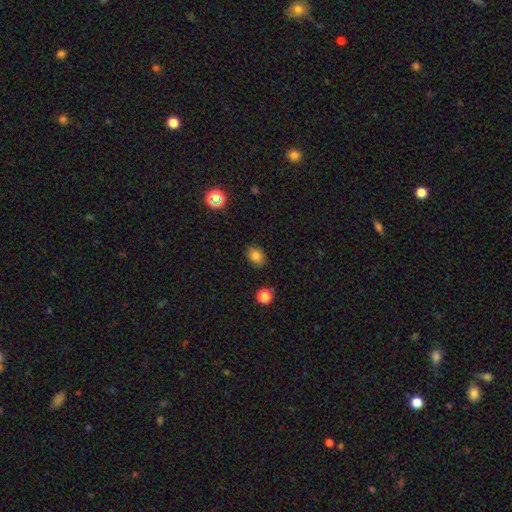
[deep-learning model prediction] Overall: smooth (81%). How rounded: in between (64%; round 35%). Merging: none (86%).